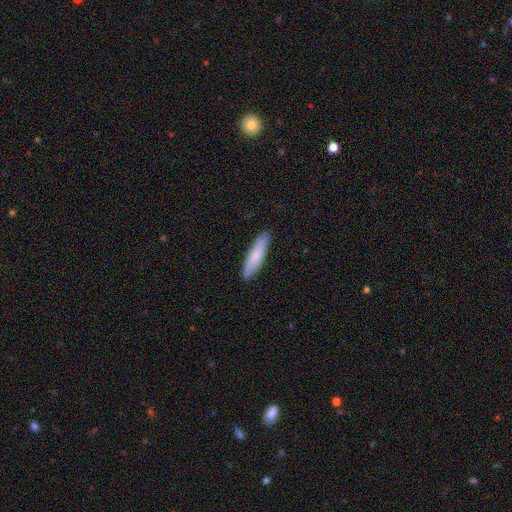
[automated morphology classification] A smooth galaxy with no disk features (76%) that is cigar-shaped (78%).

Vote fractions:
- Smooth or featured? smooth: 76% / featured or disk: 19% / star or artifact: 5%
- How rounded? cigar-shaped: 78% / in between: 21% / round: 1%
- Merging? none: 88% / minor disturbance: 9% / major disturbance: 2% / merger: 1%